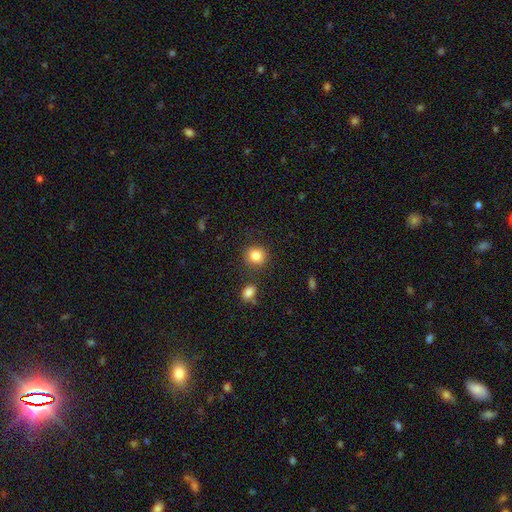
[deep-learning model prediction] The model was most divided on "merging": none: 82%, minor disturbance: 10%, merger: 5%, major disturbance: 3%. More confident: how rounded — round (85%); smooth or featured — smooth (84%).